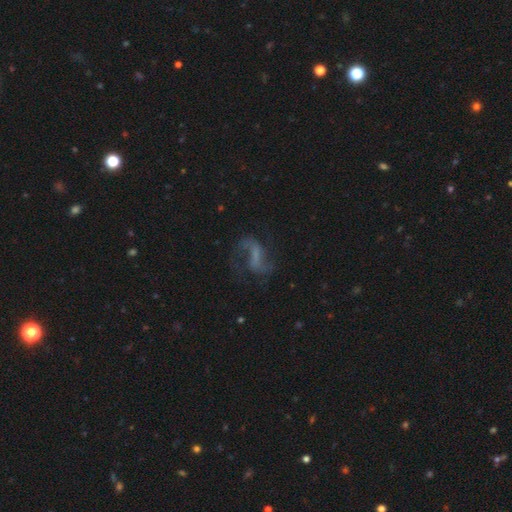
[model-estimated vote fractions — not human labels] Q: Smooth or featured?
A: featured or disk (76%); runner-up: smooth (13%)
Q: Edge-on disk?
A: no (97%); runner-up: yes (3%)
Q: Bar?
A: weak (42%); runner-up: strong (37%)
Q: Spiral arms?
A: yes (90%); runner-up: no (10%)
Q: Spiral winding?
A: loose (64%); runner-up: medium (29%)
Q: Spiral arm count?
A: 2 (87%); runner-up: 1 (6%)
Q: Bulge size?
A: none (55%); runner-up: small (26%)
Q: Merging?
A: none (63%); runner-up: major disturbance (19%)